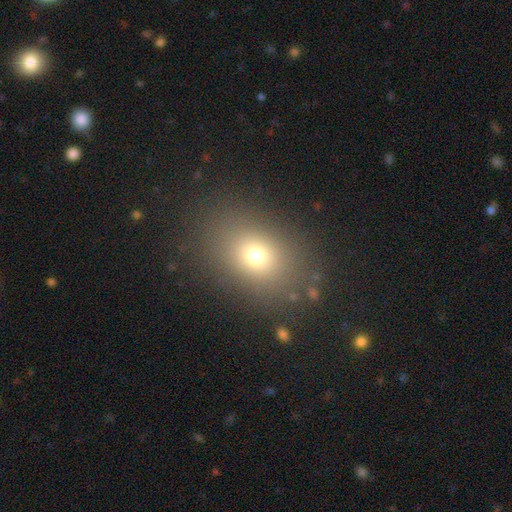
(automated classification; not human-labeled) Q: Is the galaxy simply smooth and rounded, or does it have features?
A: smooth — 70%.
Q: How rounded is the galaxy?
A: in between — 59%.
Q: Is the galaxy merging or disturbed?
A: none — 84%.